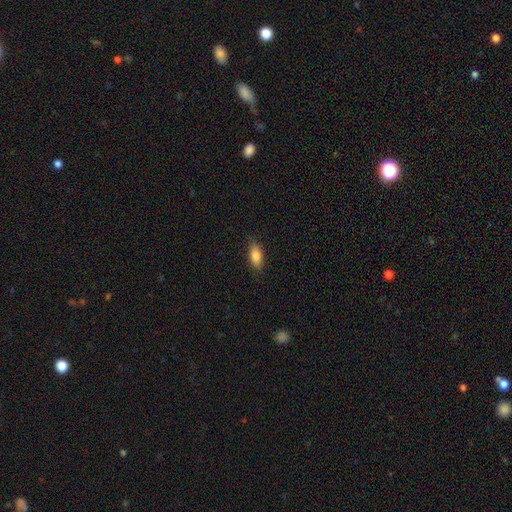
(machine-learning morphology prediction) smooth-or-featured: smooth: 83% | featured or disk: 10% | star or artifact: 7%
  how-rounded: in between: 83% | cigar-shaped: 14% | round: 3%
  merging: none: 86% | minor disturbance: 11% | major disturbance: 2% | merger: 1%